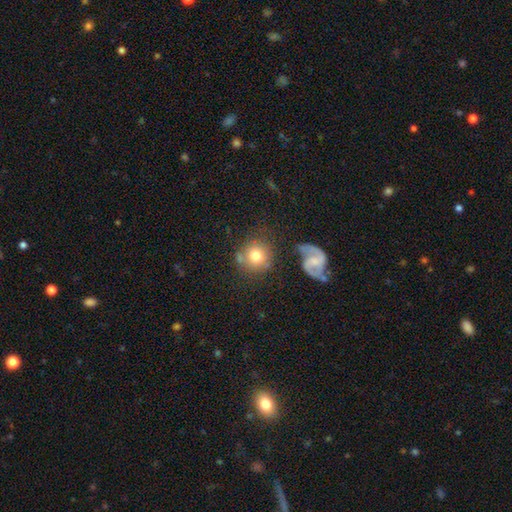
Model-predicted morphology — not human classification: Overall: smooth (69%). How rounded: round (89%). Merging: none (66%).